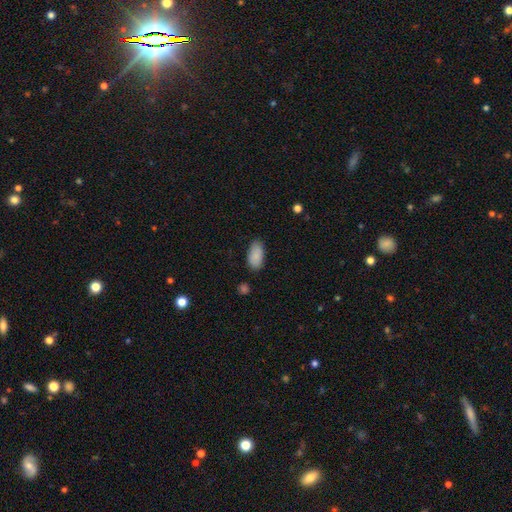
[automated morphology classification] Q: Smooth or featured?
A: smooth (89%); runner-up: star or artifact (6%)
Q: How rounded?
A: in between (94%); runner-up: cigar-shaped (4%)
Q: Merging?
A: none (83%); runner-up: minor disturbance (13%)